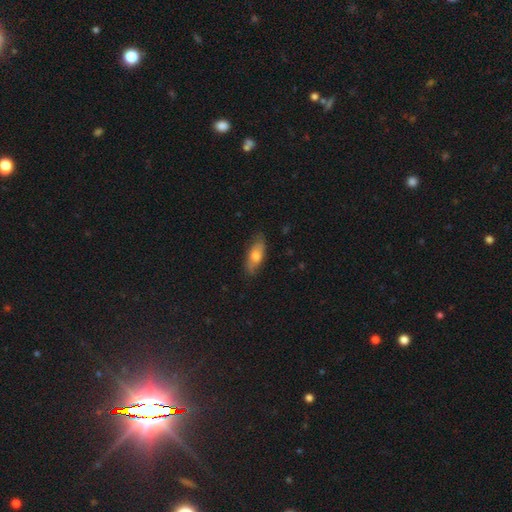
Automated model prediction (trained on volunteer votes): Smooth or featured? Predicted: smooth (p=0.65). How rounded? Predicted: in between (p=0.78). Merging? Predicted: none (p=0.78).